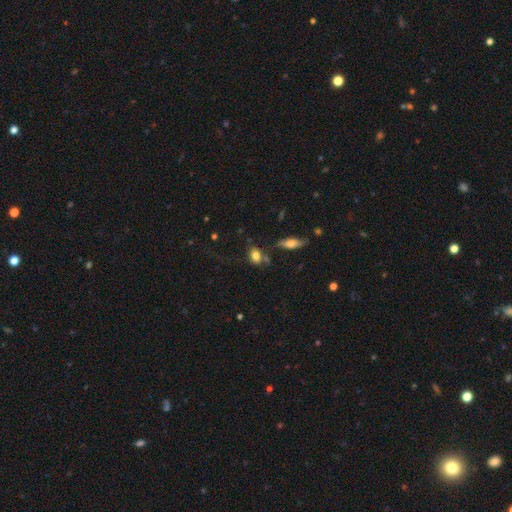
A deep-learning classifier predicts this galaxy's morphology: Smooth or featured? Predicted: smooth (p=0.80). How rounded? Predicted: in between (p=0.75). Merging? Predicted: none (p=0.58).